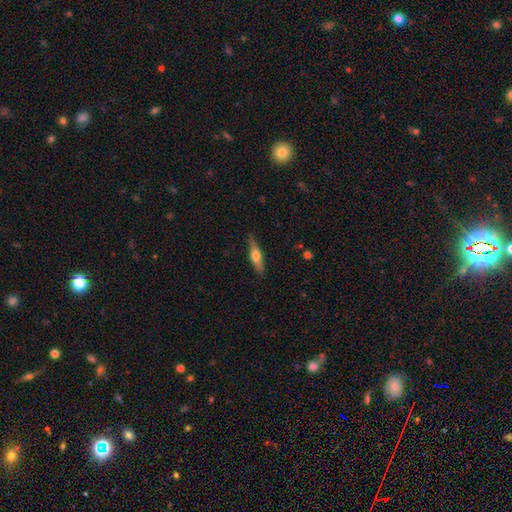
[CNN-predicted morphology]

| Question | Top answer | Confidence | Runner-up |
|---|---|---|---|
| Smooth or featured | smooth | 50% | featured or disk (44%) |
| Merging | none | 86% | minor disturbance (11%) |